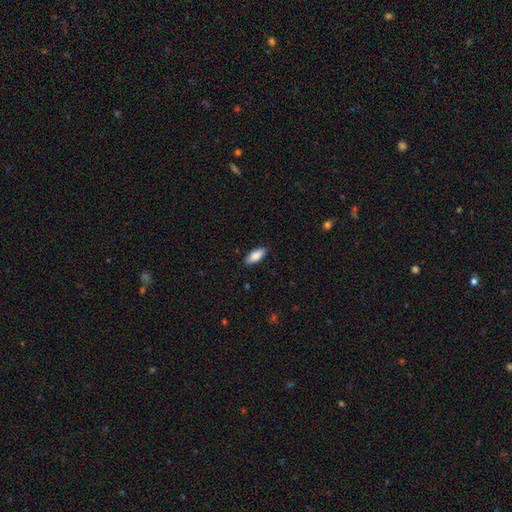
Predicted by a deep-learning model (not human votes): Smooth or featured?
  - smooth: 88% *
  - featured or disk: 7%
  - star or artifact: 6%
How rounded?
  - in between: 82% *
  - cigar-shaped: 17%
  - round: 2%
Merging?
  - none: 88% *
  - minor disturbance: 9%
  - major disturbance: 2%
  - merger: 1%